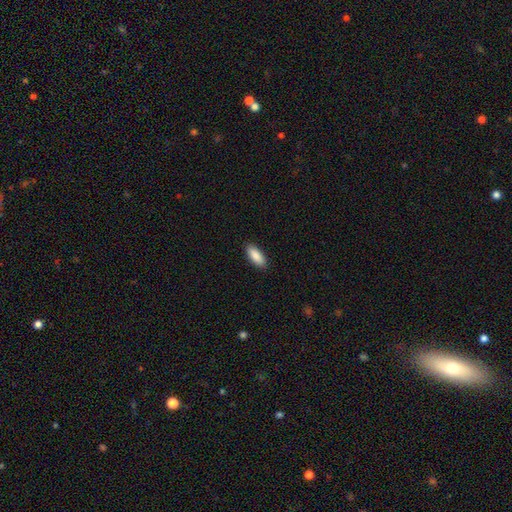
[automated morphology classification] This appears to be a smooth galaxy with no disk features (90%) that is in between round and cigar-shaped (79%). Merging: none (90%).